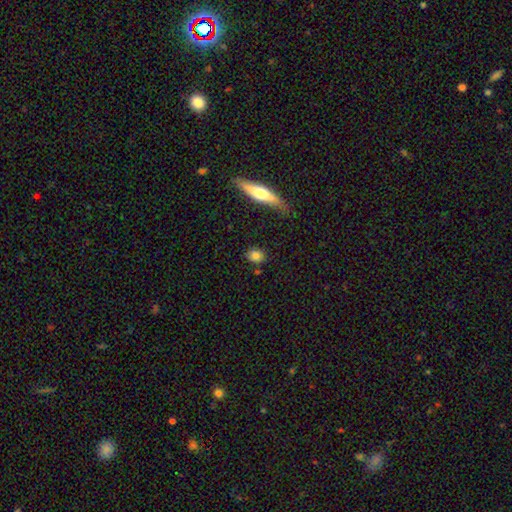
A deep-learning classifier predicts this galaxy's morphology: smooth_or_featured: smooth (p=0.81) [alt: featured or disk p=0.10]
how_rounded: round (p=0.50) [alt: in between p=0.45]
merging: none (p=0.81) [alt: minor disturbance p=0.13]